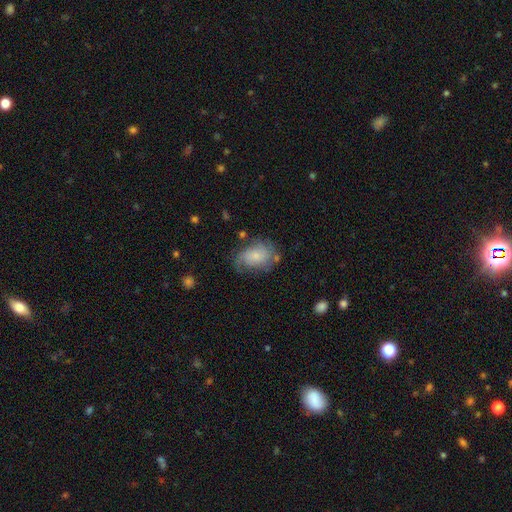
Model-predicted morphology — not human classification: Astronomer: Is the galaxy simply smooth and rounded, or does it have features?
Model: smooth — 58% (runner-up: featured or disk, 34%).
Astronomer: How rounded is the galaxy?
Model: in between — 81%.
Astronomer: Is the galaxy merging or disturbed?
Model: none — 54%.